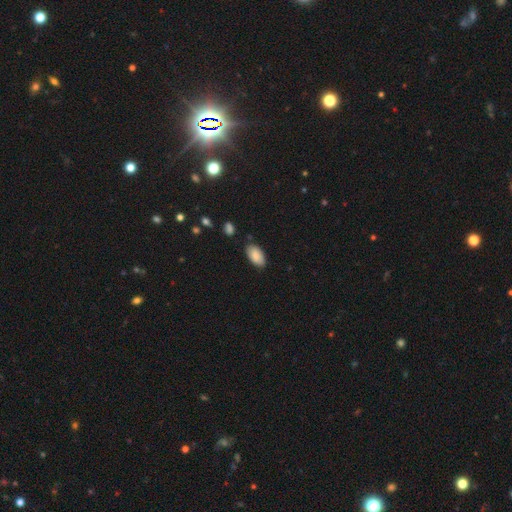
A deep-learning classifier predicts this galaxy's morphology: Overall: smooth (88%). How rounded: in between (95%). Merging: none (79%).